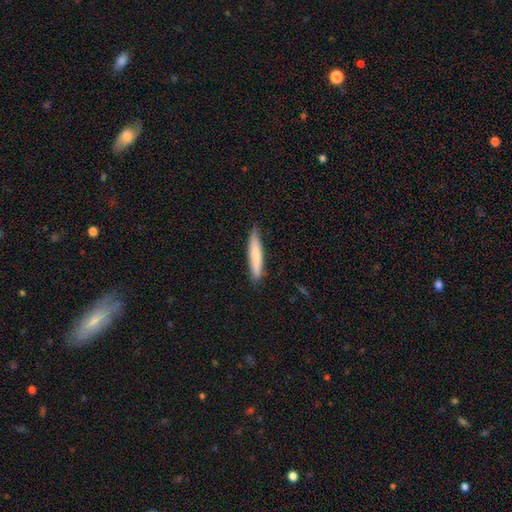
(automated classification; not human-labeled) Q: Smooth or featured?
A: smooth (74%); runner-up: featured or disk (21%)
Q: How rounded?
A: cigar-shaped (90%); runner-up: in between (8%)
Q: Merging?
A: none (85%); runner-up: minor disturbance (12%)